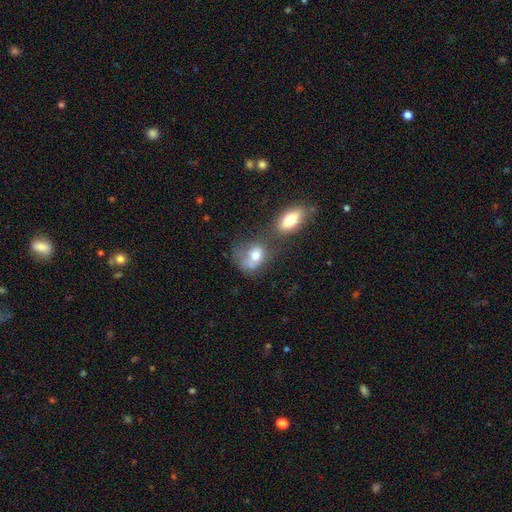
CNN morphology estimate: smooth-or-featured: smooth: 66% | featured or disk: 24% | star or artifact: 10%
  how-rounded: in between: 66% | round: 32% | cigar-shaped: 2%
  merging: merger: 42% | none: 22% | major disturbance: 20% | minor disturbance: 17%